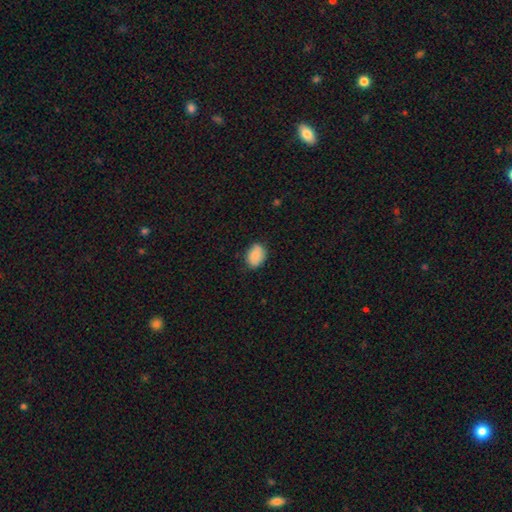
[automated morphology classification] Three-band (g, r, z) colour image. It shows a smooth galaxy with no disk features (86%) that is in between round and cigar-shaped (75%). Merging: none (79%).